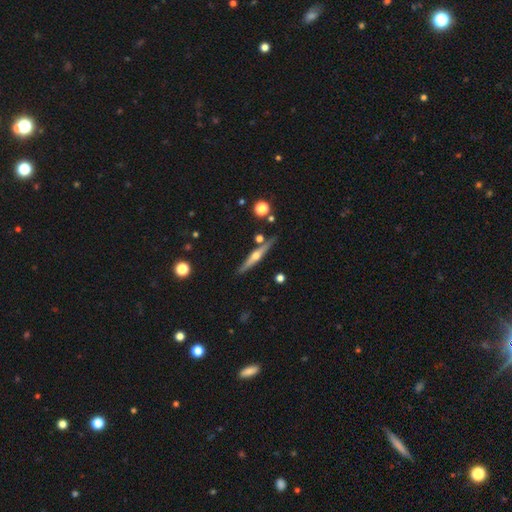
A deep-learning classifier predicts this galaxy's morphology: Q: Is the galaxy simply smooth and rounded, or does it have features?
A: featured or disk — 71%.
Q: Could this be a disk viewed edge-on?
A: yes — 97%.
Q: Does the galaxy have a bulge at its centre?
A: rounded — 93%.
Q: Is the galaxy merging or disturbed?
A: none — 85%.